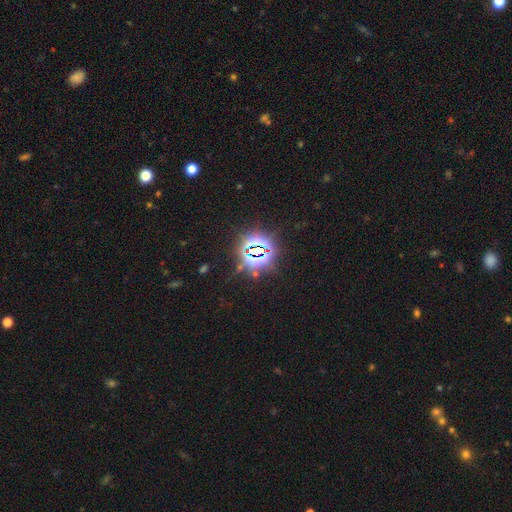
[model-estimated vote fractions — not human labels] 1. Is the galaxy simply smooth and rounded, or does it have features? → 80% star or artifact, 12% smooth, 7% featured or disk.